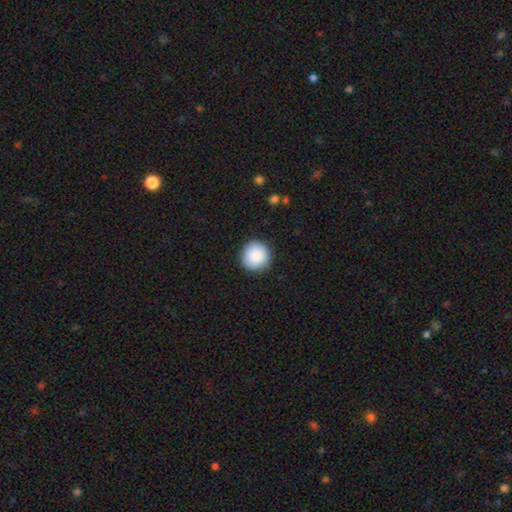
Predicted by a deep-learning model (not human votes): Smooth or featured? smooth (88%)
How rounded? round (94%)
Merging? none (91%)